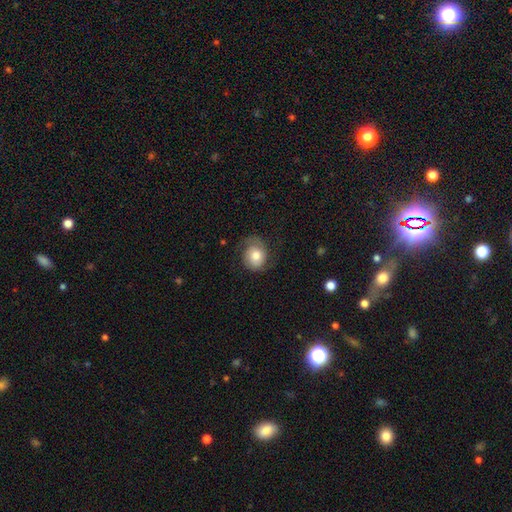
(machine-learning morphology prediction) Smooth or featured?
  - smooth: 58% *
  - featured or disk: 34%
  - star or artifact: 8%
How rounded?
  - round: 67% *
  - in between: 32%
  - cigar-shaped: 1%
Merging?
  - none: 61% *
  - minor disturbance: 24%
  - major disturbance: 14%
  - merger: 1%